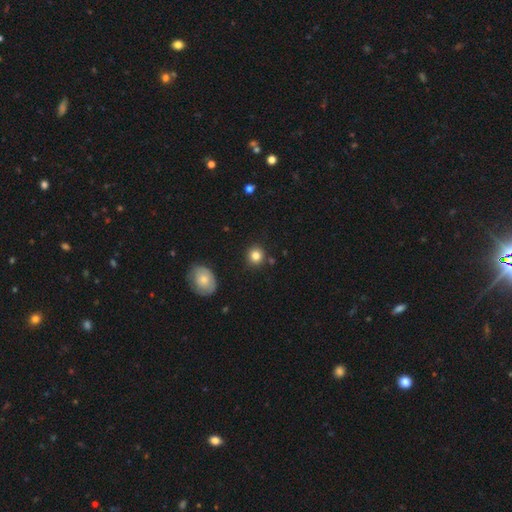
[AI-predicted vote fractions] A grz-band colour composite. It shows a smooth galaxy with no disk features (83%) that is round (91%). Merging: none (86%).